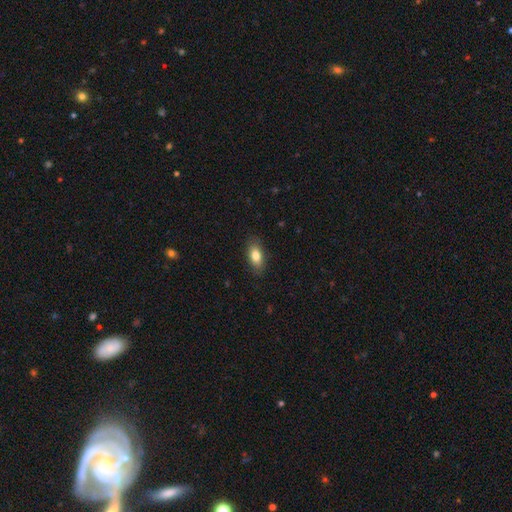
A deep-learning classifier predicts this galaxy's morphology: The model was most divided on "smooth or featured": smooth: 81%, featured or disk: 12%, star or artifact: 7%. More confident: how rounded — in between (88%); merging — none (85%).